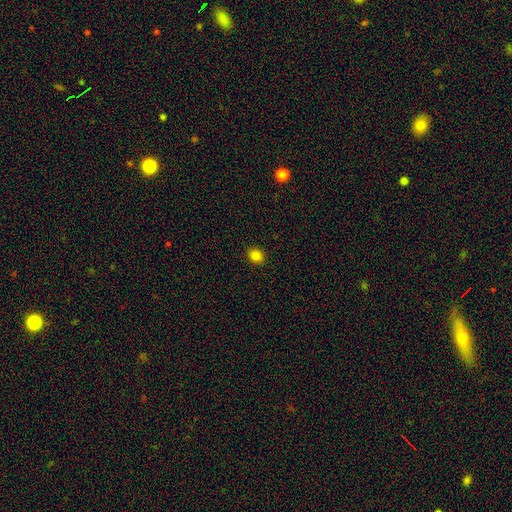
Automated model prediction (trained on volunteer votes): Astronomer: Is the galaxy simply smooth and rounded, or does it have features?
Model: smooth — 83%.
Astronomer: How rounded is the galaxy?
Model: round — 64%.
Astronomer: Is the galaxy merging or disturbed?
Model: none — 91%.